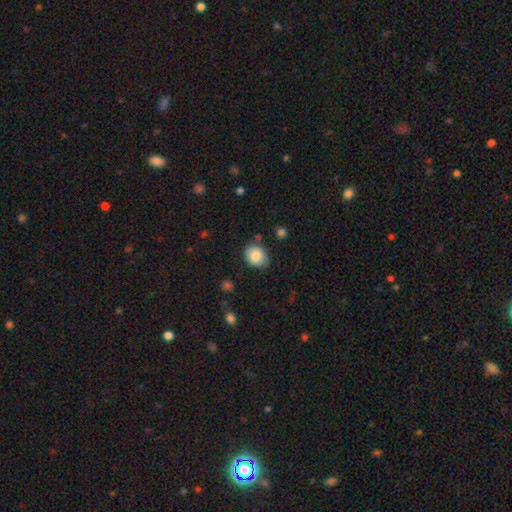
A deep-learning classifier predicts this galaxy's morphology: Smooth or featured: smooth — 83% (featured or disk — 9%)
How rounded: round — 51% (in between — 48%)
Merging: none — 77% (minor disturbance — 17%)